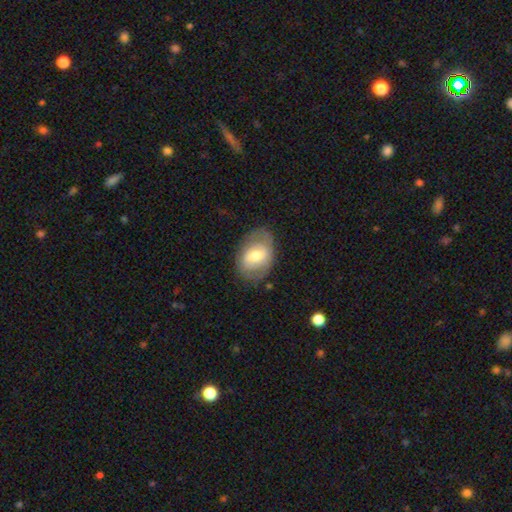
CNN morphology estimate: Smooth or featured?
  - featured or disk: 49% *
  - smooth: 44%
  - star or artifact: 7%
Merging?
  - none: 72% *
  - minor disturbance: 19%
  - major disturbance: 7%
  - merger: 1%